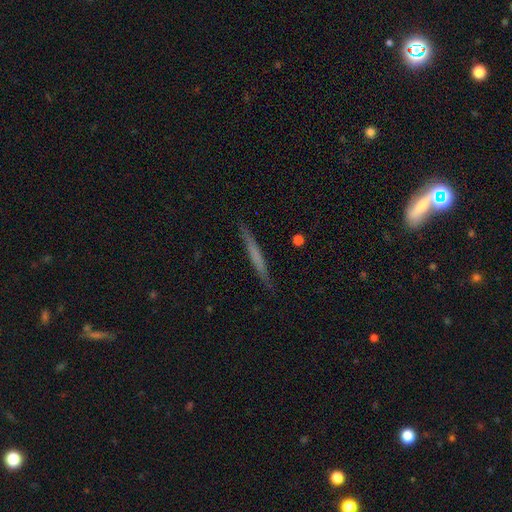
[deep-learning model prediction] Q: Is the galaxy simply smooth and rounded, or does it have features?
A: smooth — 50%.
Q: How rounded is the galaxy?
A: cigar-shaped — 96%.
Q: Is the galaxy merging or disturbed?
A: none — 89%.